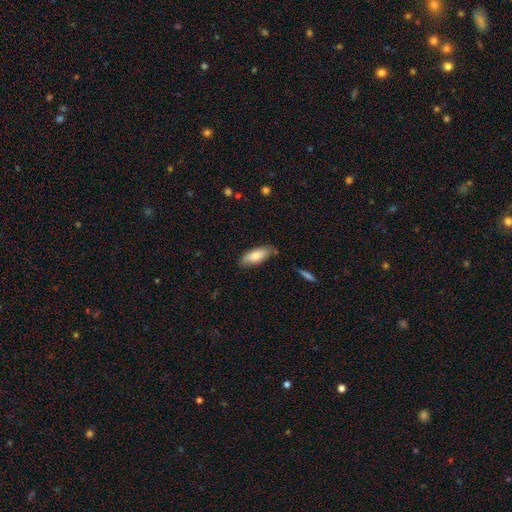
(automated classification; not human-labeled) Smooth or featured? Predicted: smooth (p=0.79). How rounded? Predicted: in between (p=0.75). Merging? Predicted: none (p=0.76).